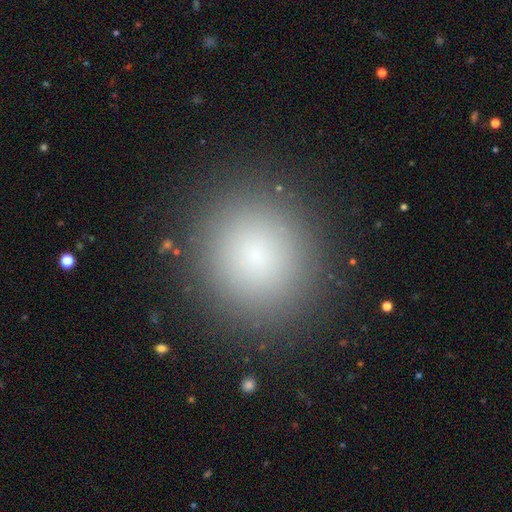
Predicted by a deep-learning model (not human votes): Smooth or featured? Predicted: smooth (p=0.76). How rounded? Predicted: round (p=0.83). Merging? Predicted: none (p=0.88).